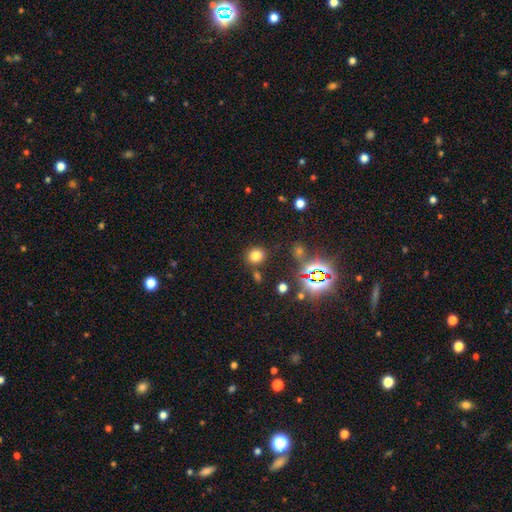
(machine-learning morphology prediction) type=smooth (74%); roundness=round (83%); merging=none (80%).